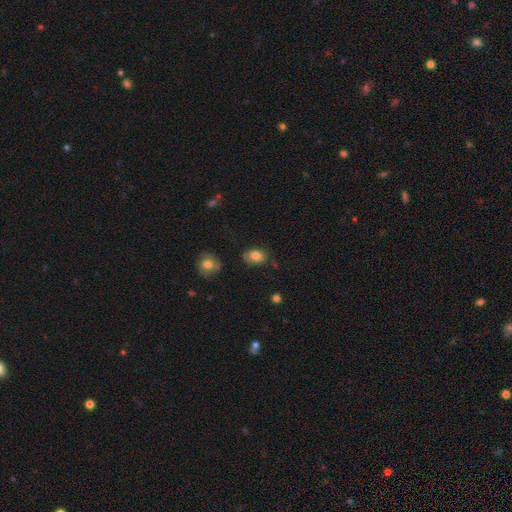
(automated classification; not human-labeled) smooth_or_featured: smooth (p=0.81) [alt: featured or disk p=0.10]
how_rounded: in between (p=0.75) [alt: round p=0.24]
merging: none (p=0.68) [alt: minor disturbance p=0.23]